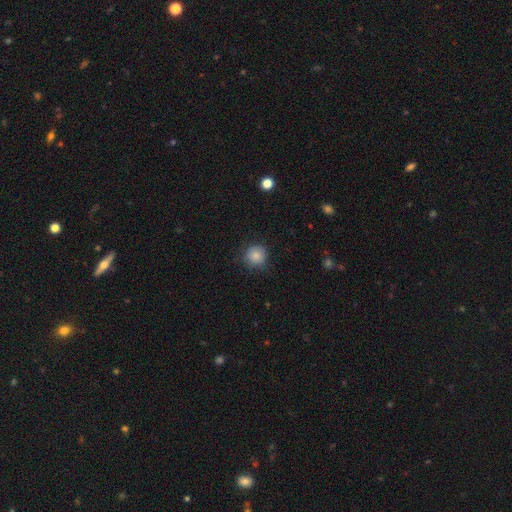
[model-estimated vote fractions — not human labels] Morphology: type=smooth (85%); roundness=round (93%); merging=none (83%).